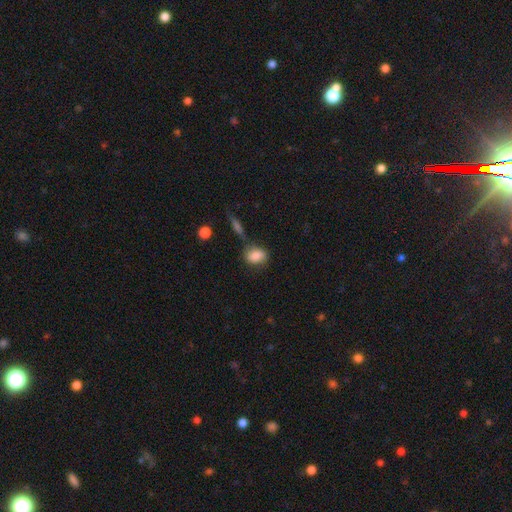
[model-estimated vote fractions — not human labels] Q: Smooth or featured?
A: smooth (83%); runner-up: featured or disk (9%)
Q: How rounded?
A: in between (68%); runner-up: round (30%)
Q: Merging?
A: none (60%); runner-up: minor disturbance (23%)